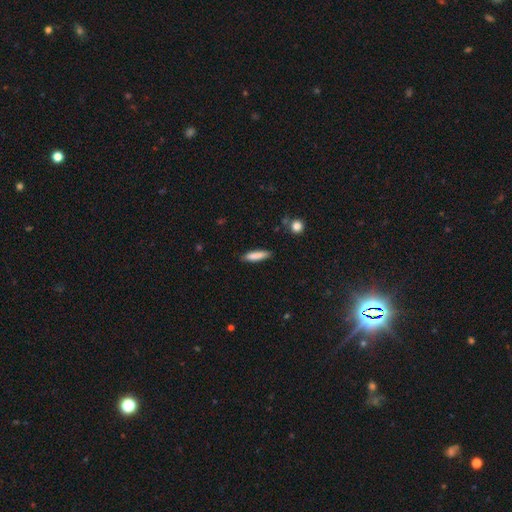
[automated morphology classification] Smooth or featured: smooth — 84% (featured or disk — 9%)
How rounded: cigar-shaped — 75% (in between — 23%)
Merging: none — 84% (minor disturbance — 12%)